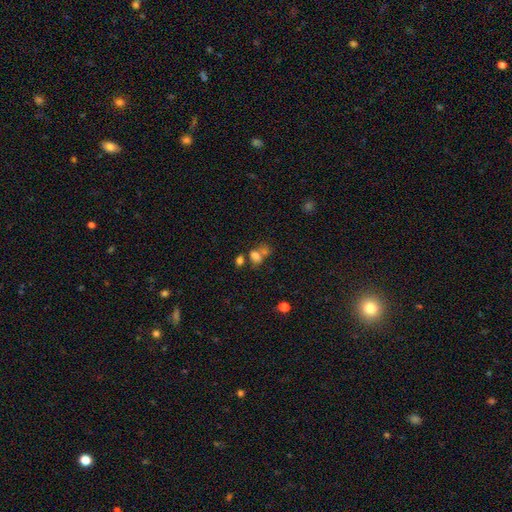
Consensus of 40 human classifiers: smooth 82%, featured or disk 12%, star or artifact 5%. Down the decision tree: how rounded — in between (85%); merging — merger (55%).